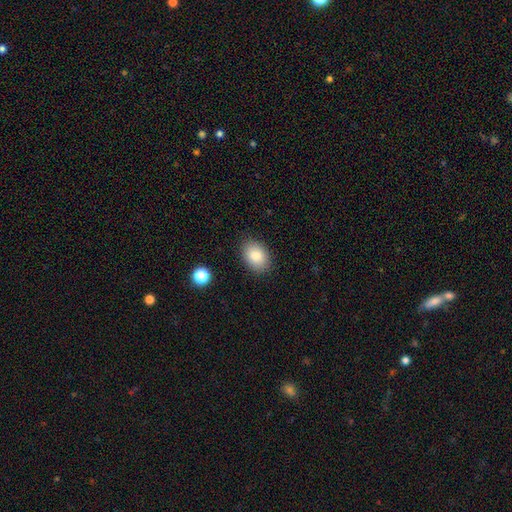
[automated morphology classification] Smooth or featured: smooth — 87% (star or artifact — 8%)
How rounded: in between — 78% (round — 21%)
Merging: none — 87% (minor disturbance — 10%)